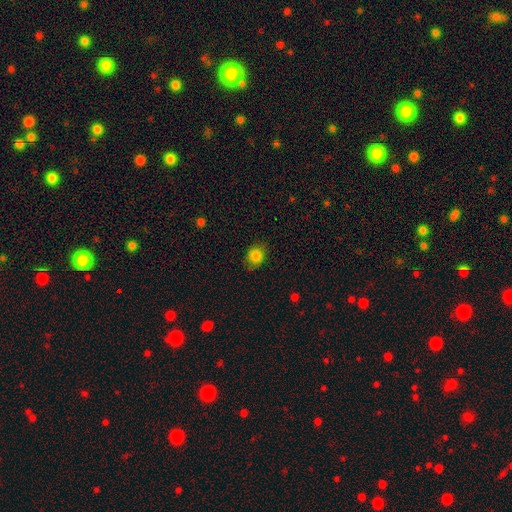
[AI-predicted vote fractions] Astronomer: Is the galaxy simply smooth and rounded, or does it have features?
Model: smooth — 84%.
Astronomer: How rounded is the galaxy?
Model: round — 59% (runner-up: in between, 40%).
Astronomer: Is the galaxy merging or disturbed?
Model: none — 78%.